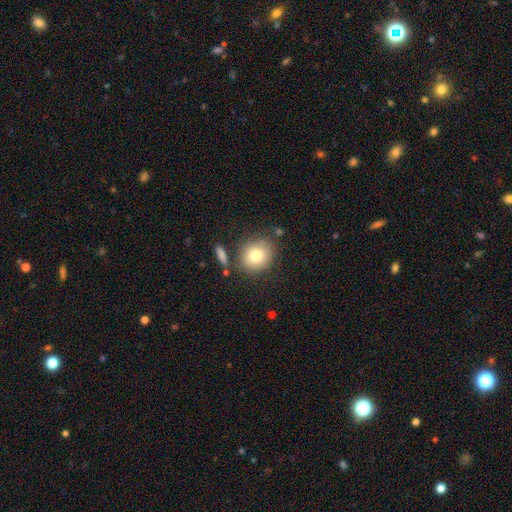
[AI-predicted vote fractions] Overall: smooth (80%). How rounded: round (78%). Merging: none (76%).